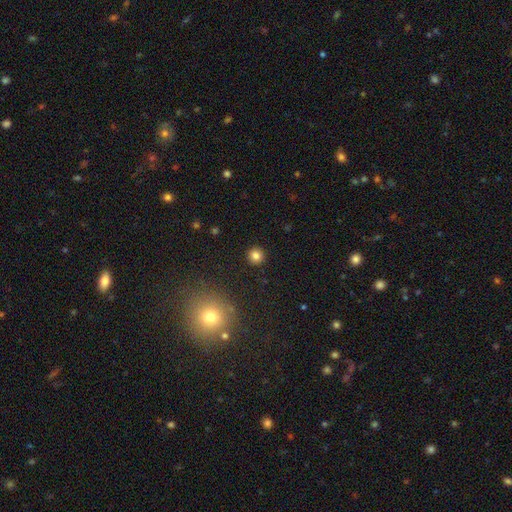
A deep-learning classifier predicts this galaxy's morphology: This is clearly a smooth galaxy (82%). How rounded: clearly round (93%). Merging: clearly none (92%).